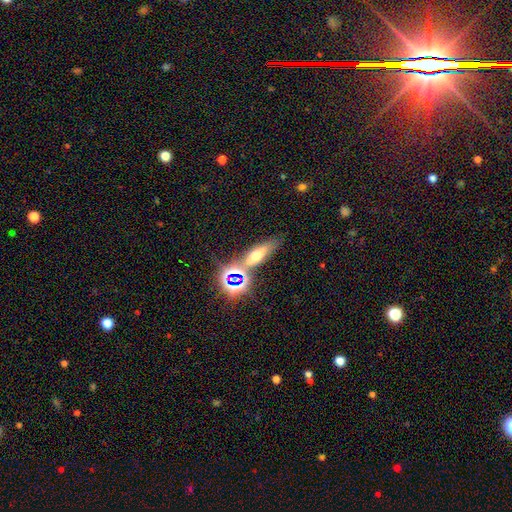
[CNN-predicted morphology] This is marginally a smooth galaxy (44%). Merging: likely none (69%).